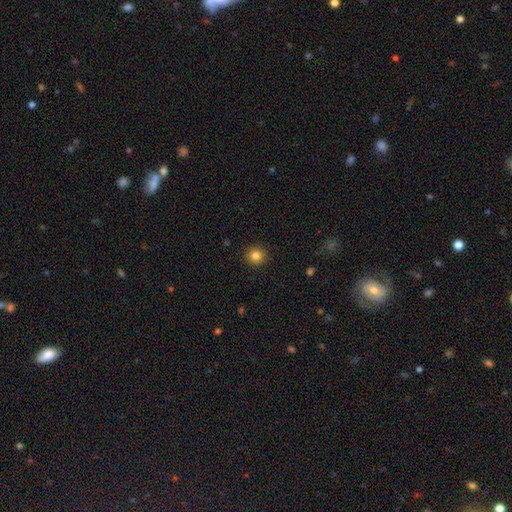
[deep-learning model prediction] Smooth or featured?
  - smooth: 83% *
  - star or artifact: 11%
  - featured or disk: 6%
How rounded?
  - round: 93% *
  - in between: 6%
  - cigar-shaped: 1%
Merging?
  - none: 92% *
  - minor disturbance: 6%
  - major disturbance: 2%
  - merger: 1%